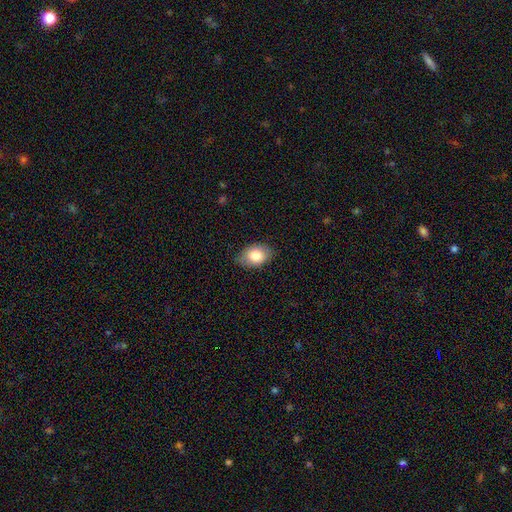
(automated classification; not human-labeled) Smooth or featured?
  - smooth: 82% *
  - featured or disk: 10%
  - star or artifact: 7%
How rounded?
  - in between: 84% *
  - round: 15%
  - cigar-shaped: 1%
Merging?
  - none: 80% *
  - minor disturbance: 16%
  - major disturbance: 3%
  - merger: 1%